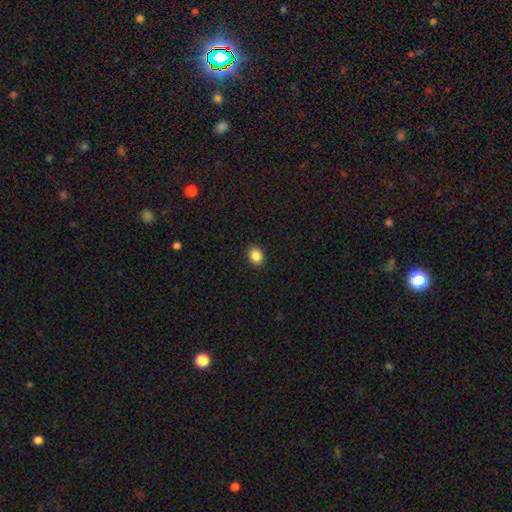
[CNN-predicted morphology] type=smooth (87%); roundness=round (56%); merging=none (91%).